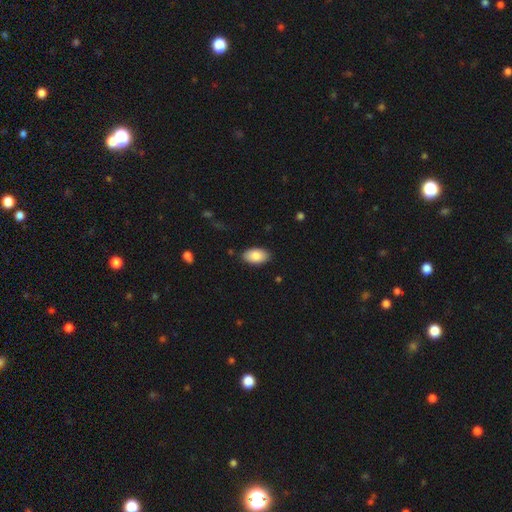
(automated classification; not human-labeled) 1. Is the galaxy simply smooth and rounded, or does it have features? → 87% smooth, 7% featured or disk, 6% star or artifact.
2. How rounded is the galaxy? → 95% in between, 4% round, 1% cigar-shaped.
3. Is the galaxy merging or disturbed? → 88% none, 9% minor disturbance, 2% major disturbance, 1% merger.